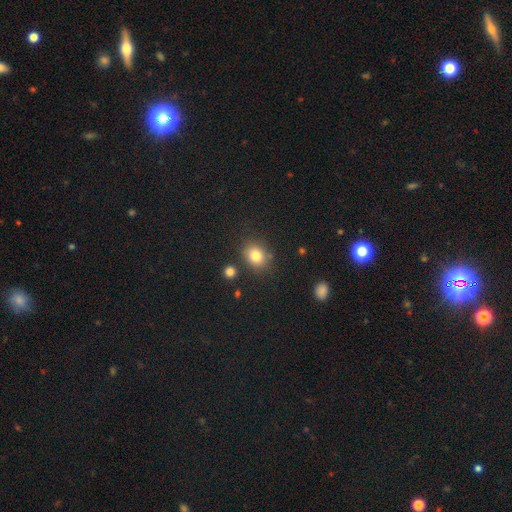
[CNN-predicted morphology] This is likely a smooth galaxy (80%). How rounded: likely round (61%). Merging: likely none (79%).